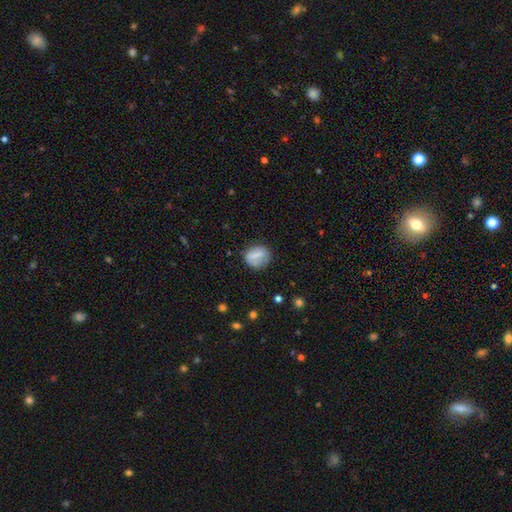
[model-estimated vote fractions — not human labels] Smooth or featured: smooth — 67% (featured or disk — 25%)
How rounded: round — 57% (in between — 40%)
Merging: none — 73% (minor disturbance — 18%)